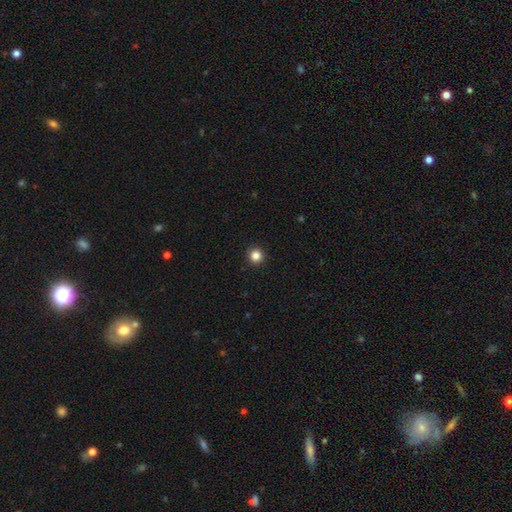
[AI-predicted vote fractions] Smooth or featured?
  - smooth: 84% *
  - star or artifact: 12%
  - featured or disk: 4%
How rounded?
  - round: 96% *
  - in between: 4%
  - cigar-shaped: 1%
Merging?
  - none: 94% *
  - minor disturbance: 4%
  - major disturbance: 1%
  - merger: 1%